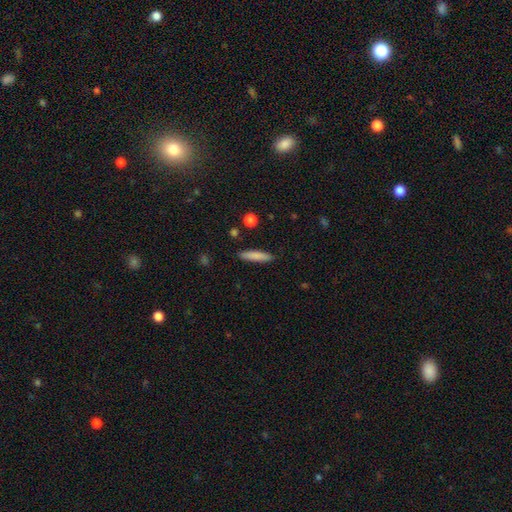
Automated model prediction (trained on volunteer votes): Smooth or featured: smooth — 83% (featured or disk — 11%)
How rounded: cigar-shaped — 85% (in between — 14%)
Merging: none — 89% (minor disturbance — 8%)